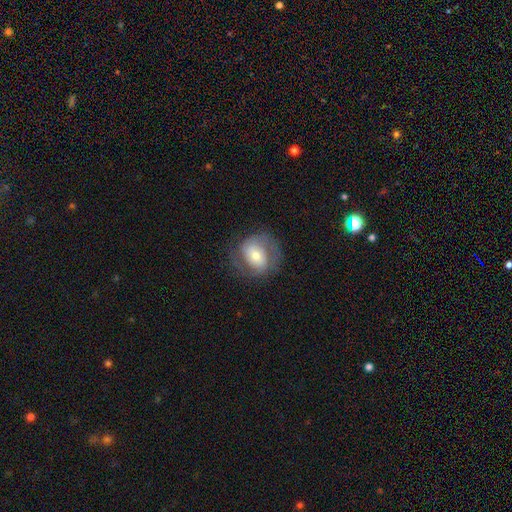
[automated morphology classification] A featured or disk galaxy (62%) with no bar (48%), spiral arms (82%) and a moderate central bulge (54%).

Vote fractions:
- Smooth or featured? featured or disk: 62% / smooth: 30% / star or artifact: 8%
- Edge-on disk? no: 97% / yes: 3%
- Bar? no: 48% / weak: 35% / strong: 17%
- Spiral arms? yes: 82% / no: 18%
- Bulge size? moderate: 54% / small: 35% / large: 8% / dominant: 2% / none: 1%
- Merging? none: 71% / minor disturbance: 17% / major disturbance: 12% / merger: 1%